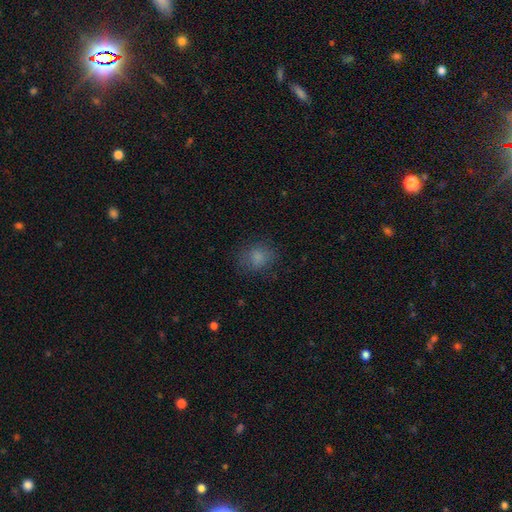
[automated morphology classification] The model was most divided on "how rounded": round: 60%, in between: 39%, cigar-shaped: 1%. More confident: merging — none (77%); smooth or featured — smooth (75%).